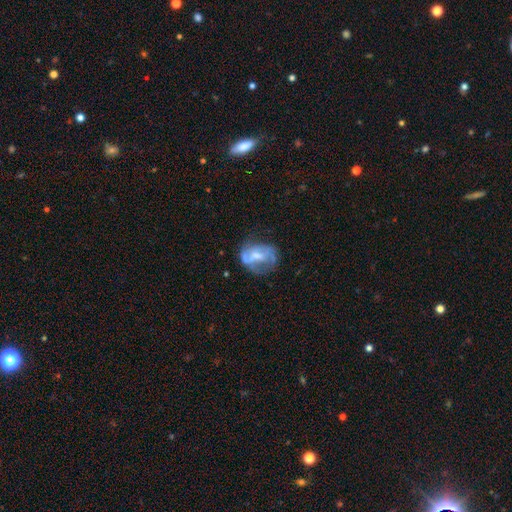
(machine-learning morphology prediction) A featured or disk galaxy (62%) with no bar (47%), spiral arms (55%) and a moderate central bulge (41%, tied with small). Merging: none (44%).